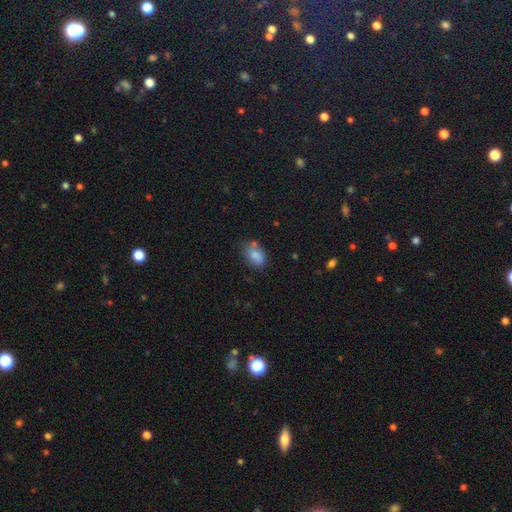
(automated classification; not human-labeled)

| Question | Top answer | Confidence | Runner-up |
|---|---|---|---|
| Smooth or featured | smooth | 81% | featured or disk (10%) |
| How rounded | in between | 82% | round (16%) |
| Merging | none | 63% | minor disturbance (22%) |